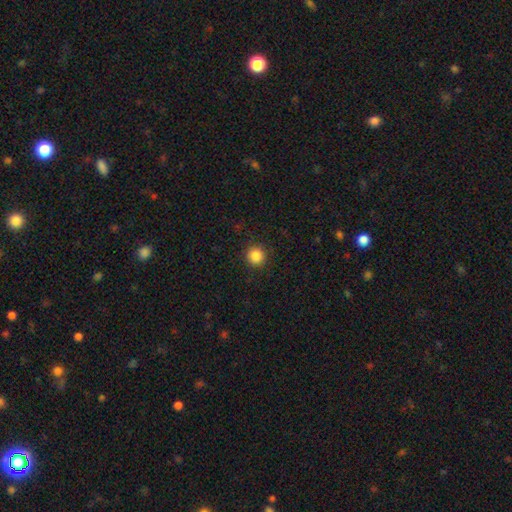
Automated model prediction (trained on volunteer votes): Smooth or featured: smooth — 86% (star or artifact — 10%)
How rounded: round — 94% (in between — 5%)
Merging: none — 91% (minor disturbance — 6%)